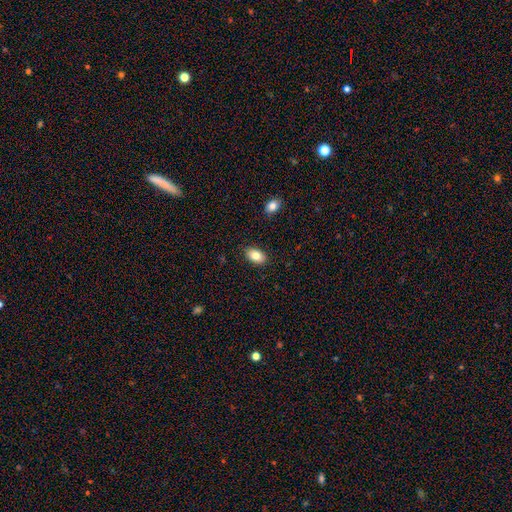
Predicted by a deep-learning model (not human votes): This is clearly a smooth galaxy (83%). How rounded: clearly in between (90%). Merging: clearly none (88%).